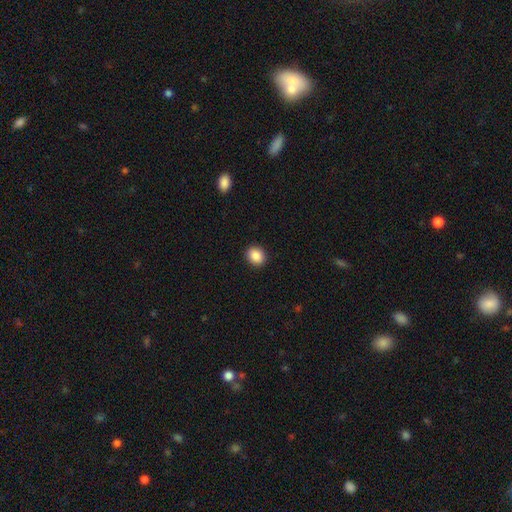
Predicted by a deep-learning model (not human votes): Smooth or featured? smooth (89%)
How rounded? round (65%)
Merging? none (92%)